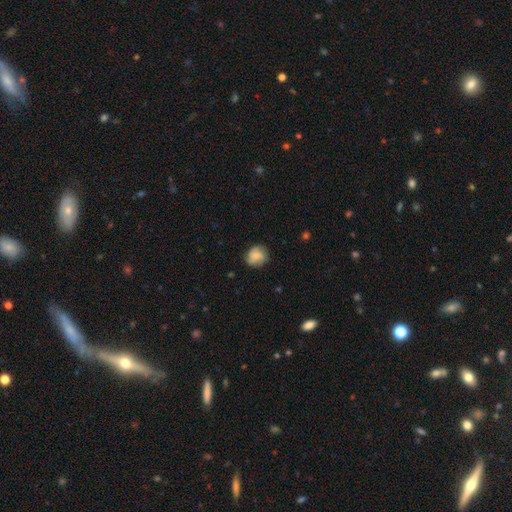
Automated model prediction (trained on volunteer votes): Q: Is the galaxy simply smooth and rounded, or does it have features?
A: smooth — 66%.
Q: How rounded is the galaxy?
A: round — 75%.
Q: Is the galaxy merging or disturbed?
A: none — 74%.